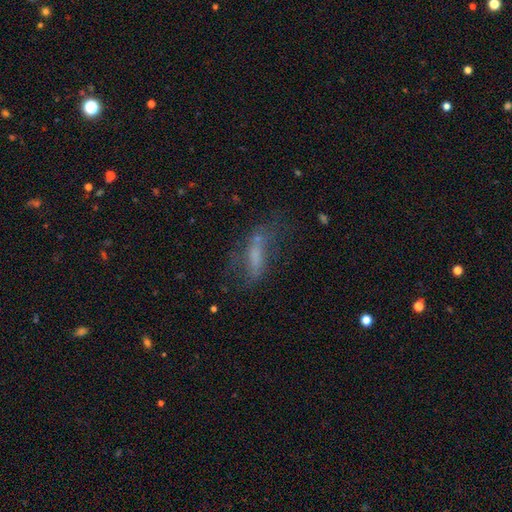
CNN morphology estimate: This is marginally a smooth galaxy (43%). Merging: marginally none (42%).